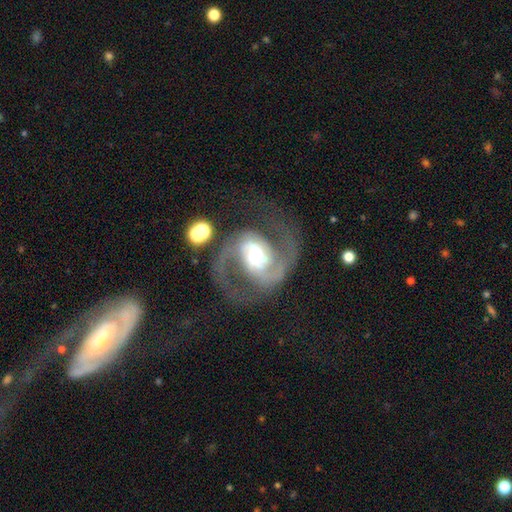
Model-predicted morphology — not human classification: Smooth or featured? featured or disk (91%)
Edge-on disk? no (98%)
Bar? weak (42%)
Spiral arms? yes (98%)
Spiral winding? medium (59%)
Spiral arm count? 2 (89%)
Bulge size? moderate (47%)
Merging? none (62%)